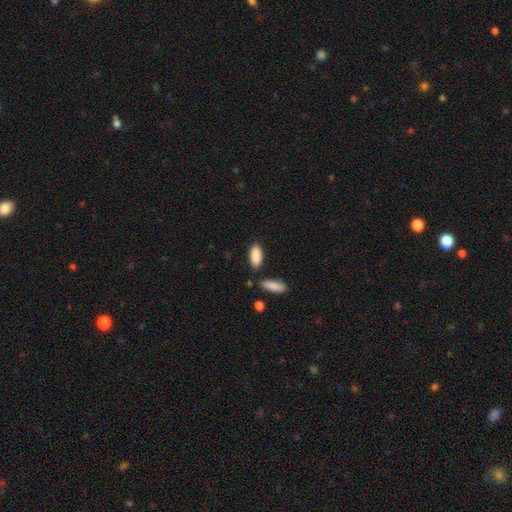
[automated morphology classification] A smooth galaxy with no disk features (89%) that is in between round and cigar-shaped (78%). Merging: none (79%).